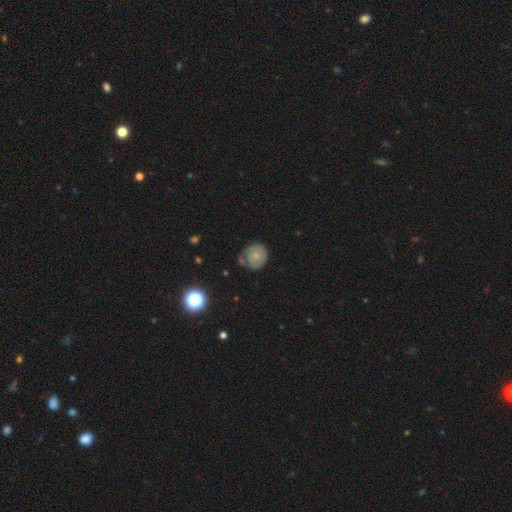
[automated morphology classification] A smooth galaxy with no disk features (66%) that is round (81%).

Vote fractions:
- Smooth or featured? smooth: 66% / featured or disk: 24% / star or artifact: 10%
- How rounded? round: 81% / in between: 18% / cigar-shaped: 1%
- Merging? none: 55% / minor disturbance: 29% / major disturbance: 9% / merger: 7%